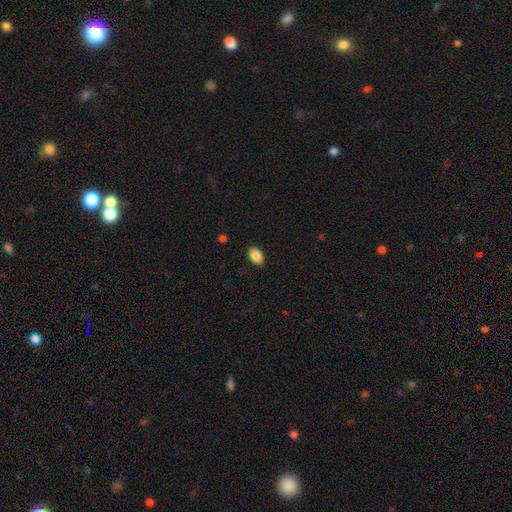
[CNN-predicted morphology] smooth-or-featured: smooth: 87% | star or artifact: 8% | featured or disk: 5%
  how-rounded: in between: 90% | round: 9% | cigar-shaped: 1%
  merging: none: 89% | minor disturbance: 8% | major disturbance: 2% | merger: 1%